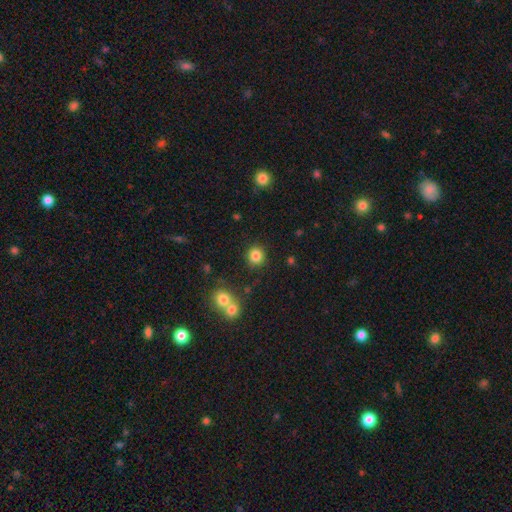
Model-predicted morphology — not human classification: A smooth galaxy with no disk features (84%) that is round (90%). Merging: none (87%).